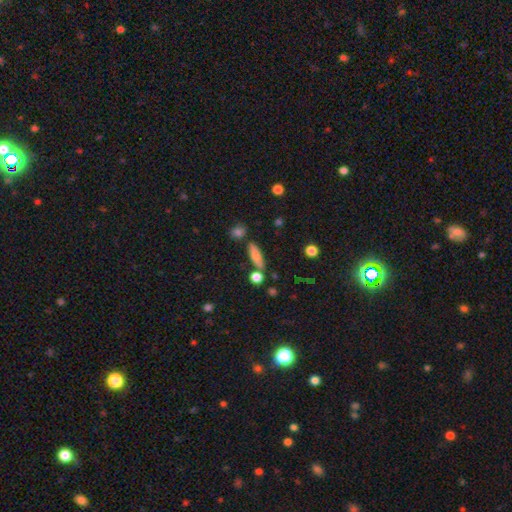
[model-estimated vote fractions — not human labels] Smooth or featured?
  - smooth: 73% *
  - featured or disk: 18%
  - star or artifact: 9%
How rounded?
  - cigar-shaped: 57% *
  - in between: 38%
  - round: 5%
Merging?
  - none: 72% *
  - minor disturbance: 13%
  - merger: 11%
  - major disturbance: 4%